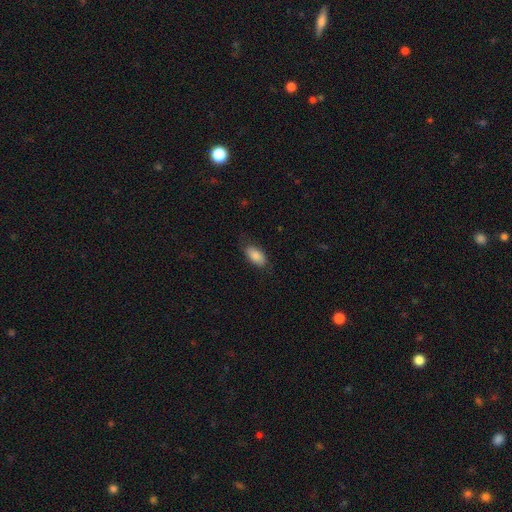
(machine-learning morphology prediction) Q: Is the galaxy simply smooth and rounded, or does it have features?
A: smooth — 85%.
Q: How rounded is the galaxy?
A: in between — 92%.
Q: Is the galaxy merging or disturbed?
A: none — 79%.